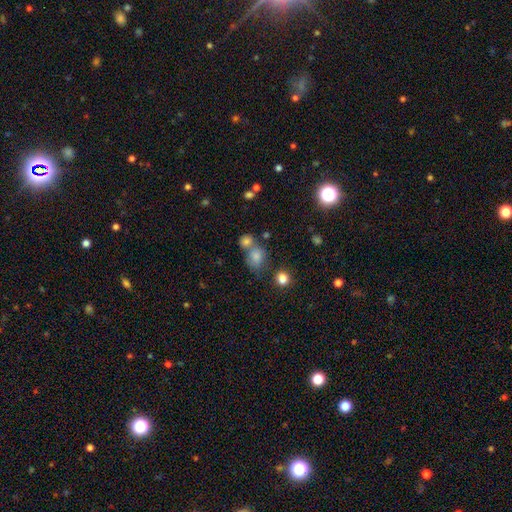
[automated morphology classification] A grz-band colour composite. It shows a smooth galaxy with no disk features (66%) that is round (62%). Merging: none (55%).